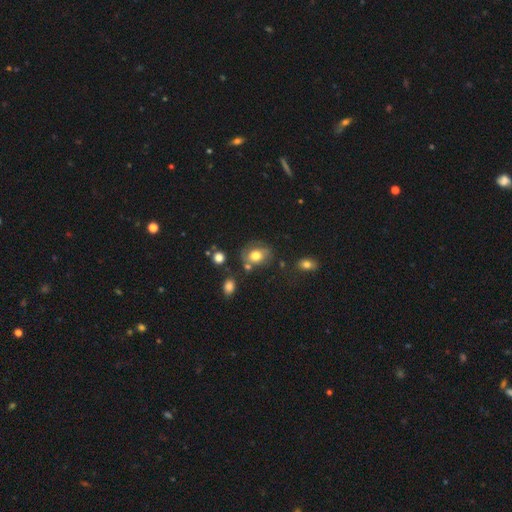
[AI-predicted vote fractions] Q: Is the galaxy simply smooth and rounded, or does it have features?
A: smooth — 62%.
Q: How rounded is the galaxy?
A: round — 50%.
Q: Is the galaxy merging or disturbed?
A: none — 57%.